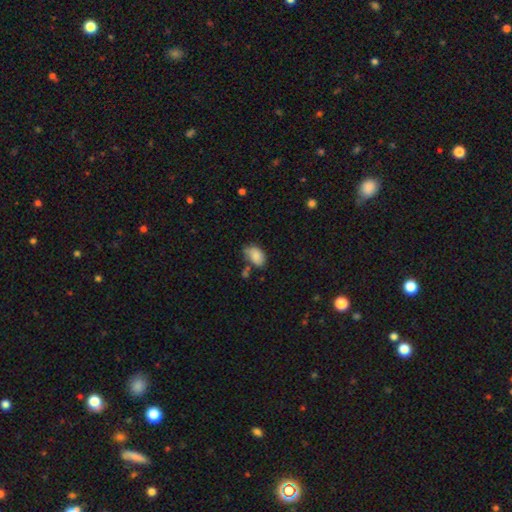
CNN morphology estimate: smooth-or-featured: smooth: 82% | featured or disk: 10% | star or artifact: 8%
  how-rounded: in between: 87% | round: 11% | cigar-shaped: 1%
  merging: none: 51% | minor disturbance: 31% | merger: 9% | major disturbance: 9%